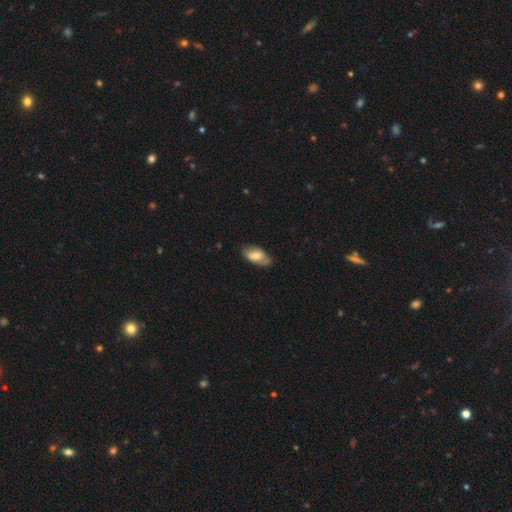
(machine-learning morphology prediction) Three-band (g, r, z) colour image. It shows a smooth galaxy with no disk features (64%) that is in between round and cigar-shaped (92%). Merging: none (66%).